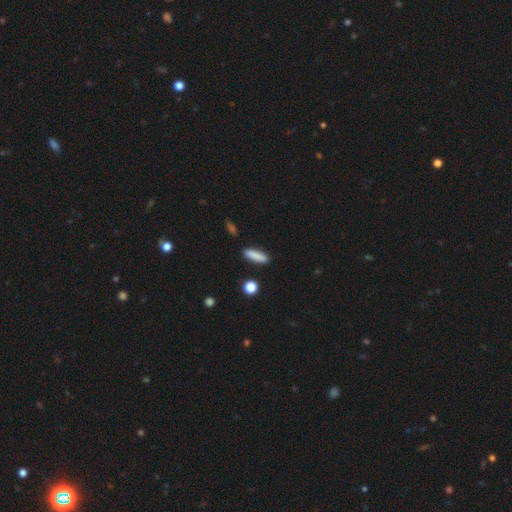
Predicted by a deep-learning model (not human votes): A smooth galaxy with no disk features (86%) that is cigar-shaped (70%).

Vote fractions:
- Smooth or featured? smooth: 86% / star or artifact: 7% / featured or disk: 7%
- How rounded? cigar-shaped: 70% / in between: 28% / round: 2%
- Merging? none: 89% / minor disturbance: 7% / merger: 2% / major disturbance: 2%